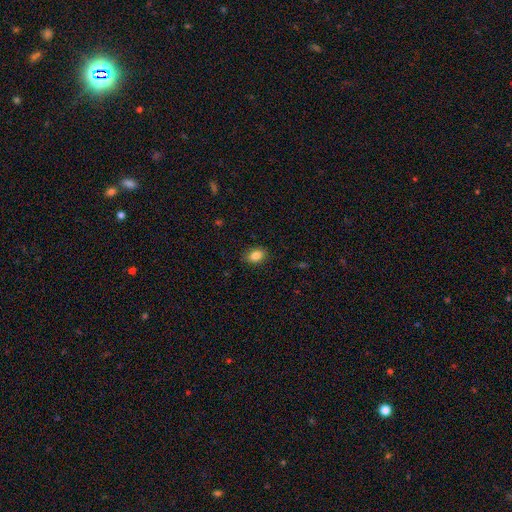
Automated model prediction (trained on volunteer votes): A smooth galaxy with no disk features (86%) that is in between round and cigar-shaped (76%). Merging: none (87%).